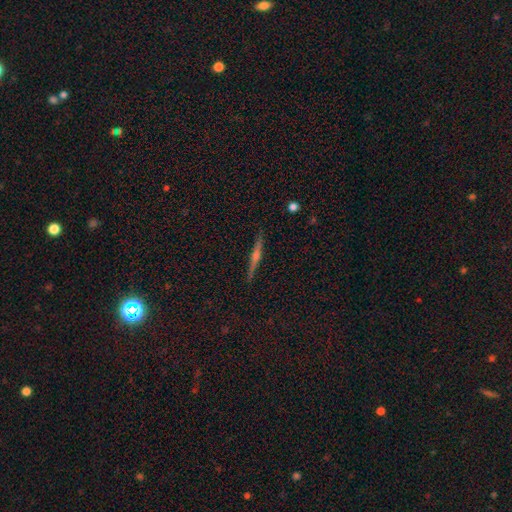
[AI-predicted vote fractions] Smooth or featured? Predicted: featured or disk (p=0.73). Edge-on disk? Predicted: yes (p=0.98). Edge-on bulge? Predicted: rounded (p=0.80). Merging? Predicted: none (p=0.91).